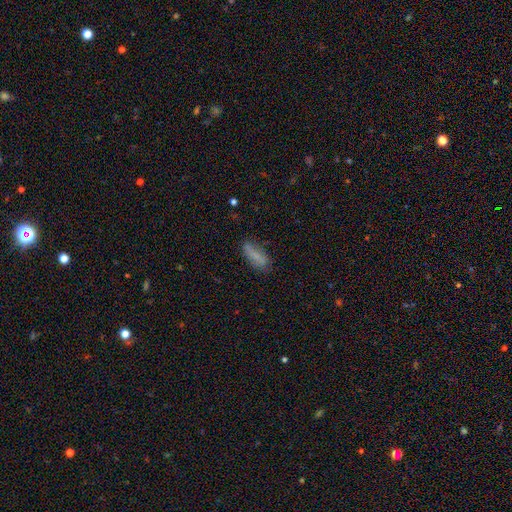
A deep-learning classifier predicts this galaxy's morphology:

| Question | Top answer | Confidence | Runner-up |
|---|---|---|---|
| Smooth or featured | smooth | 77% | featured or disk (15%) |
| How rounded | in between | 64% | cigar-shaped (34%) |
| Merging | none | 69% | minor disturbance (22%) |